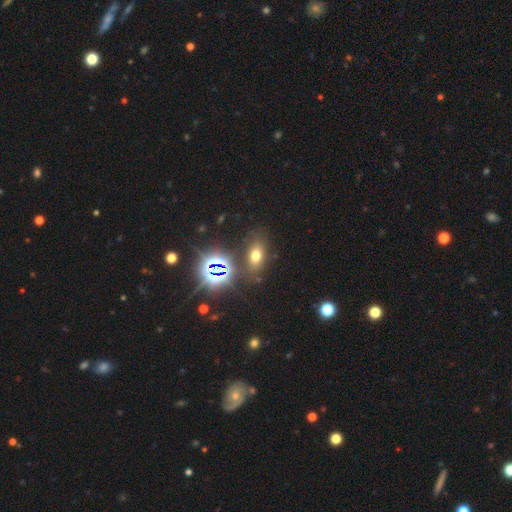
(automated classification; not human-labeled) This appears to be a smooth galaxy with no disk features (54%) that is in between round and cigar-shaped (77%). Merging: none (80%).